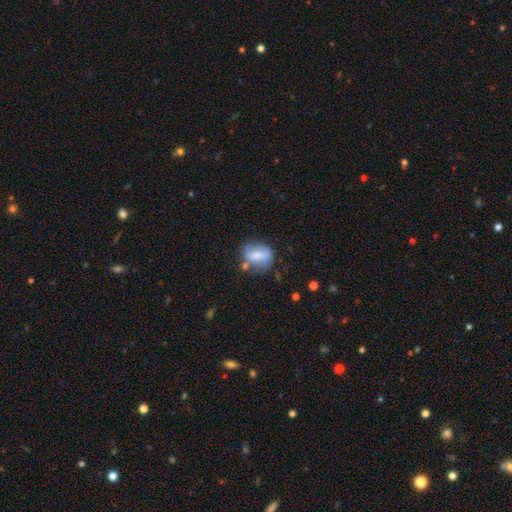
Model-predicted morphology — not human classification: Q: Smooth or featured?
A: smooth (62%); runner-up: featured or disk (30%)
Q: How rounded?
A: in between (65%); runner-up: round (32%)
Q: Merging?
A: none (51%); runner-up: minor disturbance (27%)